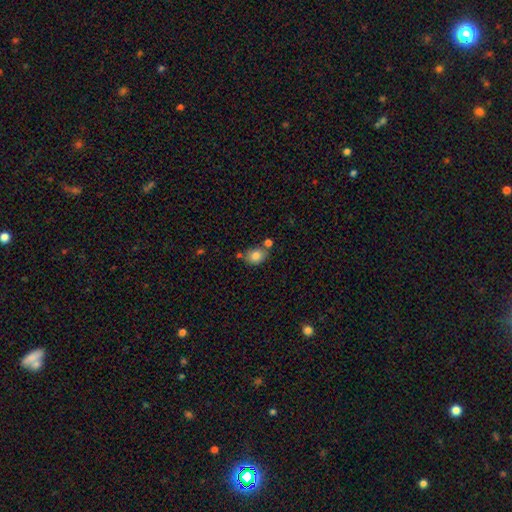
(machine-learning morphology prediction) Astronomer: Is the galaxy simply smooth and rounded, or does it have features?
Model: smooth — 80%.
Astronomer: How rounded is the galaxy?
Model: in between — 57% (runner-up: round, 42%).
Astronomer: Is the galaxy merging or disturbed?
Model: none — 62%.